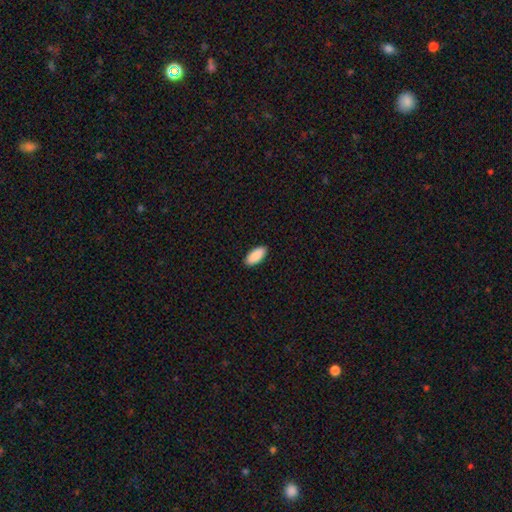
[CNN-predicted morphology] Smooth or featured? smooth (91%)
How rounded? in between (90%)
Merging? none (91%)